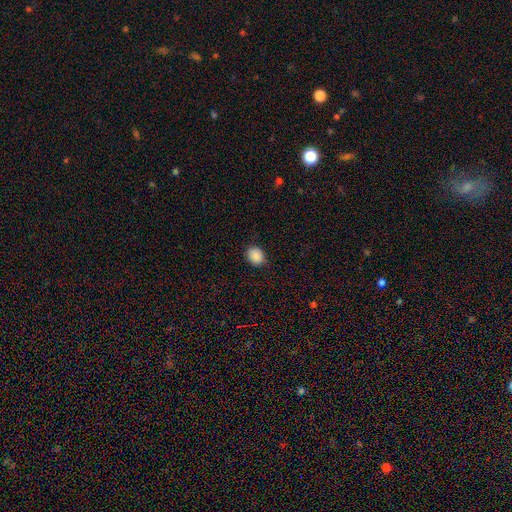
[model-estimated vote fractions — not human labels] A smooth galaxy with no disk features (89%) that is round (58%). Merging: none (88%).